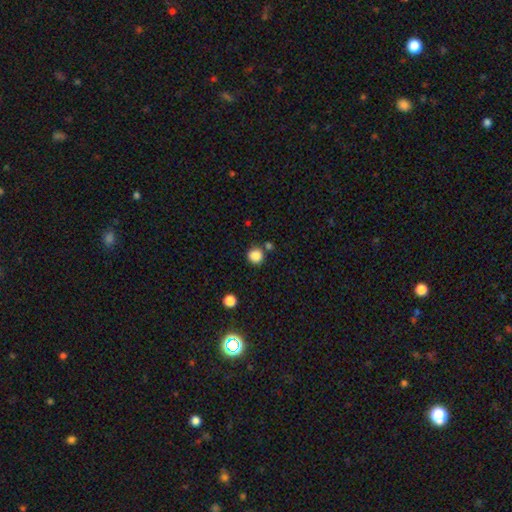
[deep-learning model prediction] Smooth or featured? Predicted: smooth (p=0.86). How rounded? Predicted: round (p=0.89). Merging? Predicted: none (p=0.76).